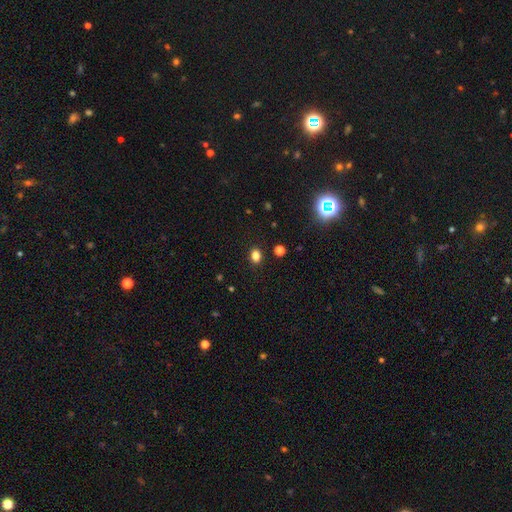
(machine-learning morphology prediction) Smooth or featured: smooth — 80% (star or artifact — 15%)
How rounded: round — 50% (in between — 48%)
Merging: none — 89% (minor disturbance — 7%)